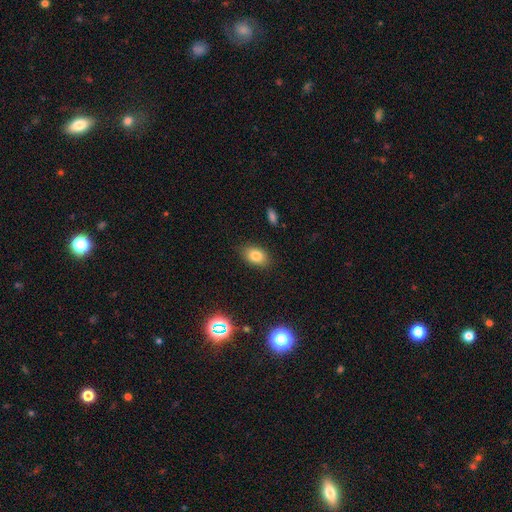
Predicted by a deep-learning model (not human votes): This appears to be a smooth galaxy with no disk features (81%) that is in between round and cigar-shaped (84%). Merging: none (85%).